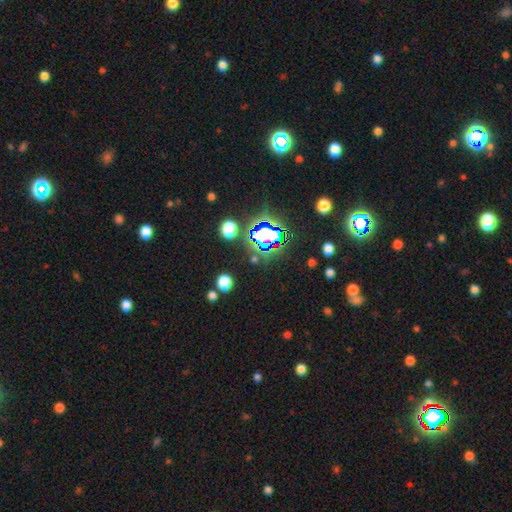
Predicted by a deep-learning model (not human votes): Smooth or featured?
  - star or artifact: 74% *
  - smooth: 17%
  - featured or disk: 9%